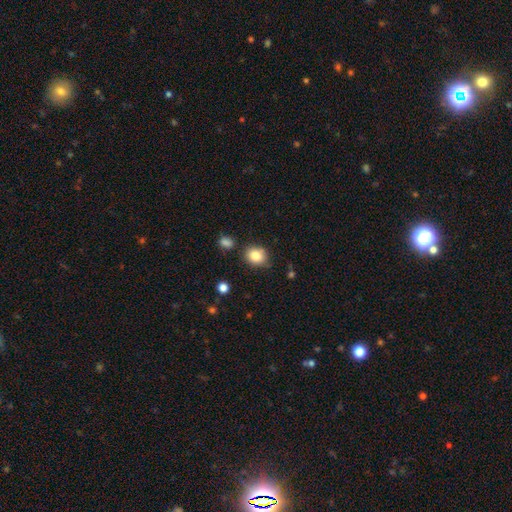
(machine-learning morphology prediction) Smooth or featured: smooth — 84% (star or artifact — 9%)
How rounded: round — 59% (in between — 40%)
Merging: none — 77% (minor disturbance — 15%)